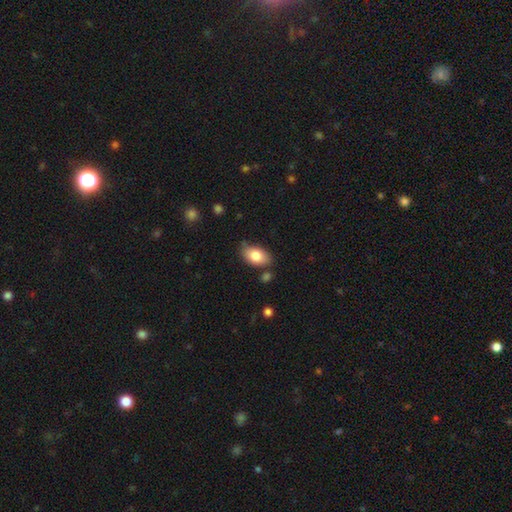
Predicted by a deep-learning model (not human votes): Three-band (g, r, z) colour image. It shows a smooth galaxy with no disk features (81%) that is in between round and cigar-shaped (91%). Merging: none (73%).